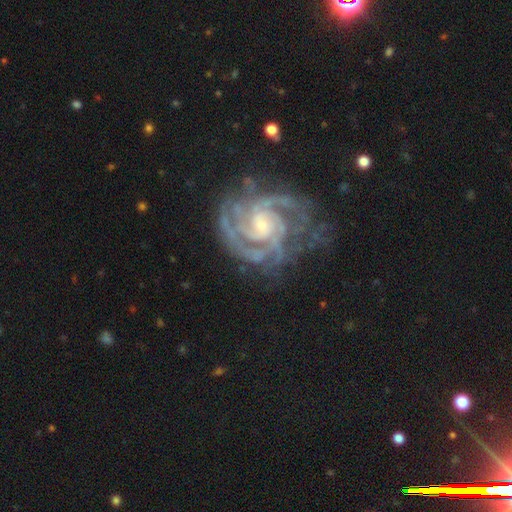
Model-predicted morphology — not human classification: smooth_or_featured: featured or disk (p=0.77) [alt: star or artifact p=0.15]
disk_edge_on: no (p=0.97) [alt: yes p=0.03]
bar: no (p=0.50) [alt: weak p=0.38]
has_spiral_arms: yes (p=0.95) [alt: no p=0.05]
spiral_winding: tight (p=0.59) [alt: medium p=0.34]
spiral_arm_count: 2 (p=0.28) [alt: can't tell p=0.27]
bulge_size: moderate (p=0.46) [alt: small p=0.43]
merging: none (p=0.72) [alt: minor disturbance p=0.15]